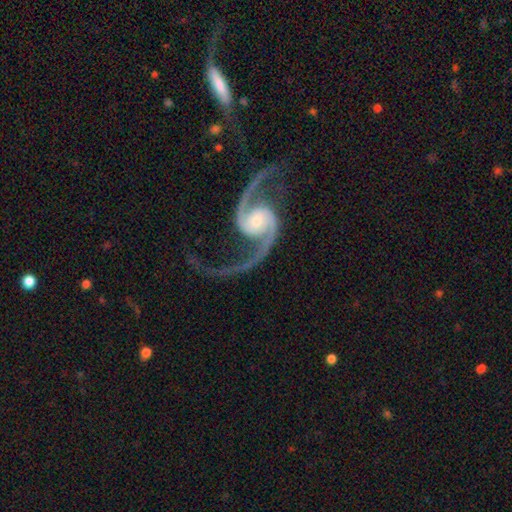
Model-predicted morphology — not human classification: The model was most divided on "spiral winding": medium: 47%, loose: 45%, tight: 8%. Remaining: spiral arms — yes (99%); edge-on disk — no (98%); spiral arm count — 2 (95%); smooth or featured — featured or disk (95%); merging — none (73%); bar — no (47%); bulge size — small (45%).